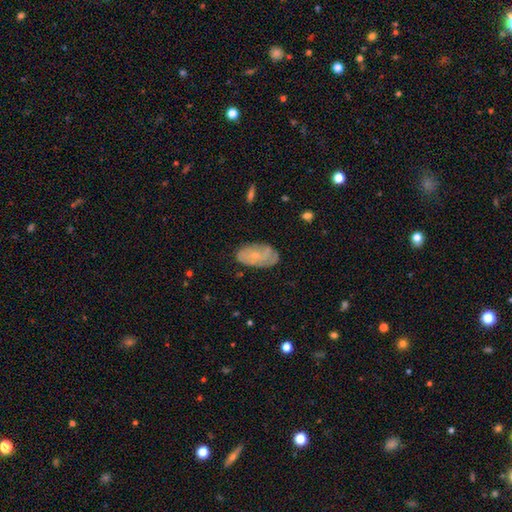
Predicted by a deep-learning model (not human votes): A featured or disk galaxy (57%) with no bar (79%), spiral arms (75%) and a small central bulge (73%).

Vote fractions:
- Smooth or featured? featured or disk: 57% / smooth: 34% / star or artifact: 8%
- Edge-on disk? no: 94% / yes: 6%
- Bar? no: 79% / weak: 18% / strong: 3%
- Spiral arms? yes: 75% / no: 25%
- Bulge size? small: 73% / moderate: 19% / none: 6% / large: 1% / dominant: 1%
- Merging? none: 70% / minor disturbance: 22% / major disturbance: 6% / merger: 2%